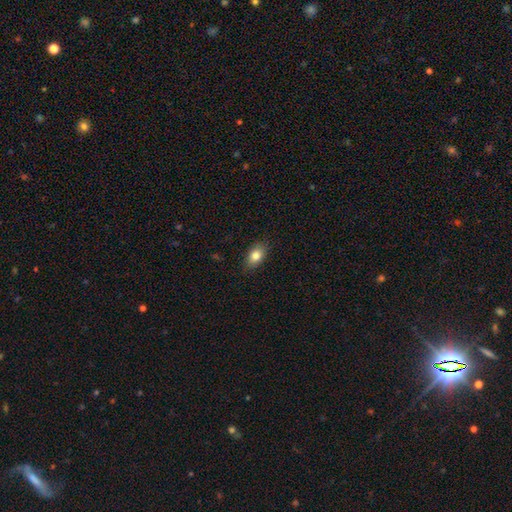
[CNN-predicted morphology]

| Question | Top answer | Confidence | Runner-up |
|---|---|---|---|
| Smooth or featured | smooth | 82% | featured or disk (10%) |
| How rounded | in between | 86% | round (11%) |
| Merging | none | 86% | minor disturbance (10%) |